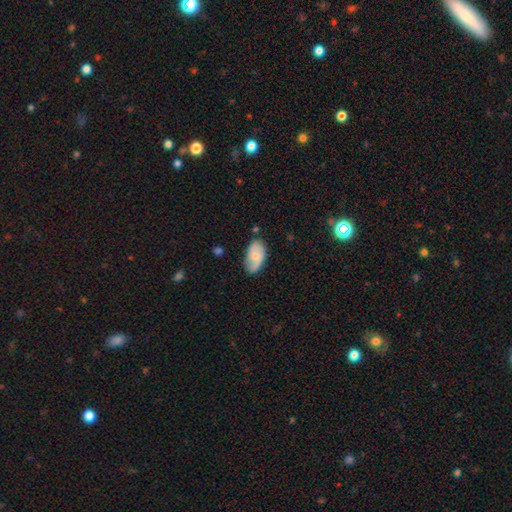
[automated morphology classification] Smooth or featured? smooth (55%)
How rounded? in between (93%)
Merging? none (63%)